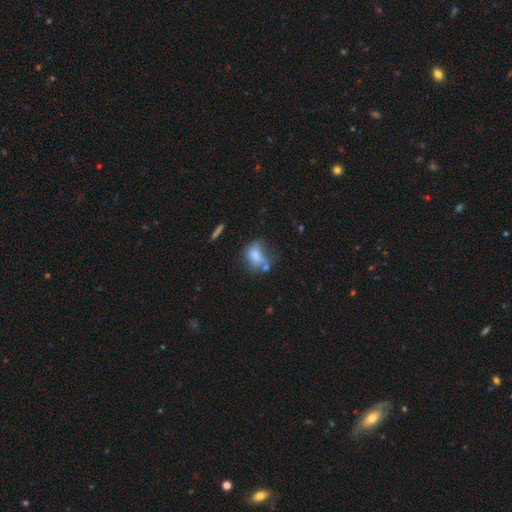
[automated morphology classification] Smooth or featured?
  - smooth: 73% *
  - featured or disk: 17%
  - star or artifact: 10%
How rounded?
  - in between: 66% *
  - round: 32%
  - cigar-shaped: 2%
Merging?
  - none: 37% *
  - minor disturbance: 27%
  - major disturbance: 18%
  - merger: 18%